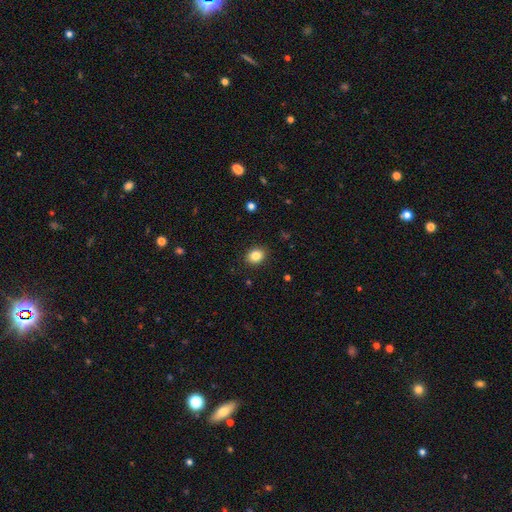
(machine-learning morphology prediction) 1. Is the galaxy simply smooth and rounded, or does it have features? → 84% smooth, 10% star or artifact, 6% featured or disk.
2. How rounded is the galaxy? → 53% in between, 46% round, 1% cigar-shaped.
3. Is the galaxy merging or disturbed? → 89% none, 7% minor disturbance, 2% major disturbance, 1% merger.